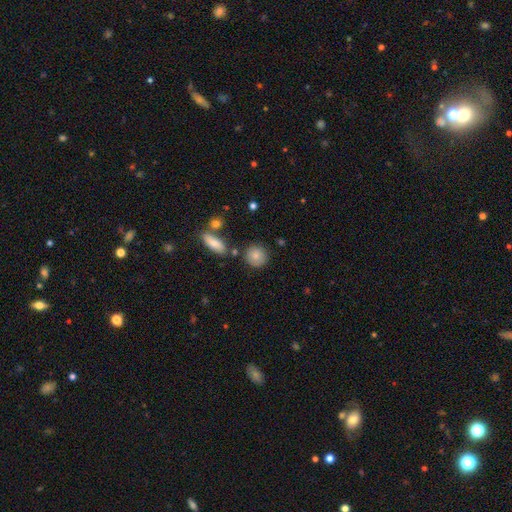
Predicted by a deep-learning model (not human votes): Smooth or featured: smooth — 81% (featured or disk — 10%)
How rounded: round — 87% (in between — 11%)
Merging: none — 79% (minor disturbance — 11%)